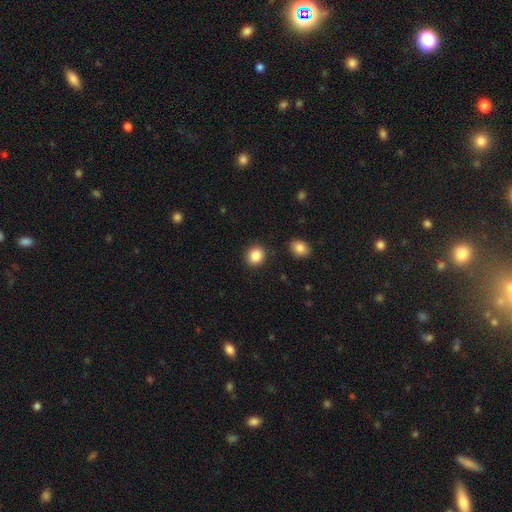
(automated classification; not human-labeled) smooth-or-featured: smooth: 86% | star or artifact: 9% | featured or disk: 5%
  how-rounded: round: 81% | in between: 18% | cigar-shaped: 1%
  merging: none: 89% | minor disturbance: 6% | merger: 2% | major disturbance: 2%